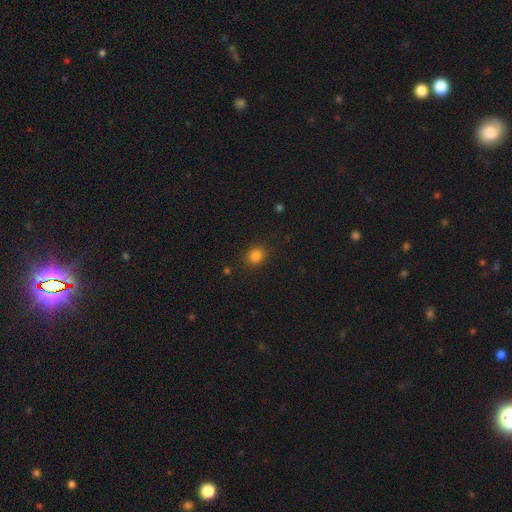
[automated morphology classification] smooth_or_featured: smooth (p=0.83) [alt: star or artifact p=0.13]
how_rounded: round (p=0.74) [alt: in between p=0.25]
merging: none (p=0.87) [alt: minor disturbance p=0.09]